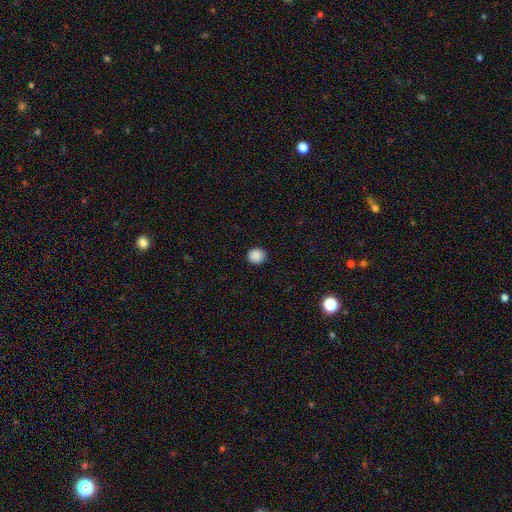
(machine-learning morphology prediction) A smooth galaxy with no disk features (88%) that is round (87%).

Vote fractions:
- Smooth or featured? smooth: 88% / star or artifact: 9% / featured or disk: 2%
- How rounded? round: 87% / in between: 12% / cigar-shaped: 1%
- Merging? none: 91% / minor disturbance: 6% / major disturbance: 2% / merger: 1%